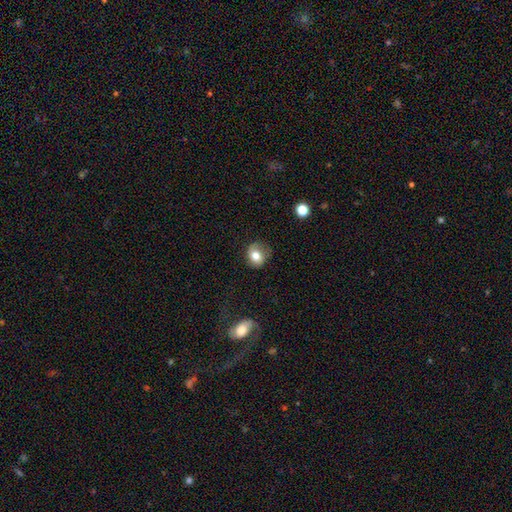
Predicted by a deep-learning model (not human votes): This appears to be a smooth galaxy with no disk features (72%) that is round (71%). Merging: none (59%).